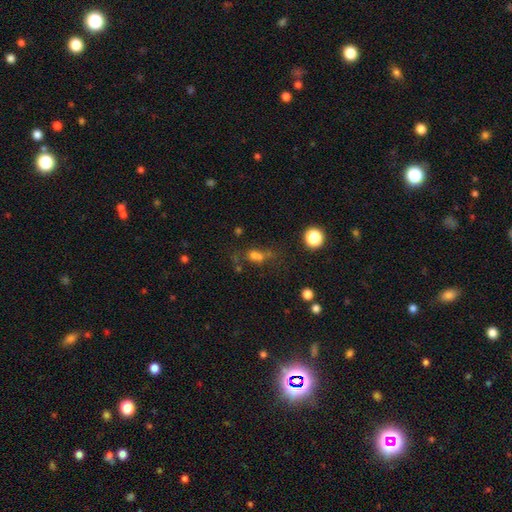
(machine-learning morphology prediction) A smooth galaxy with no disk features (59%) that is in between round and cigar-shaped (50%).

Vote fractions:
- Smooth or featured? smooth: 59% / star or artifact: 26% / featured or disk: 15%
- How rounded? in between: 50% / round: 44% / cigar-shaped: 7%
- Merging? none: 41% / merger: 33% / major disturbance: 13% / minor disturbance: 13%